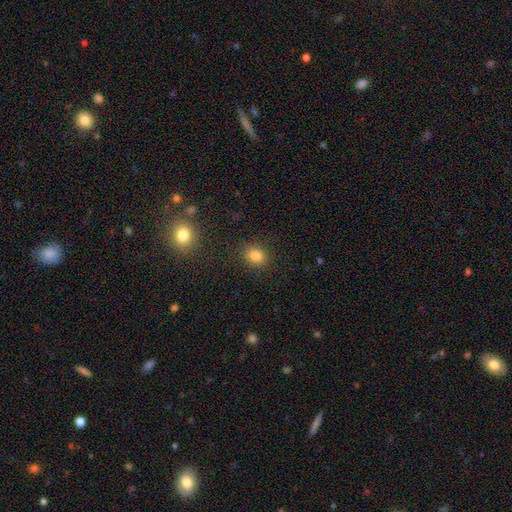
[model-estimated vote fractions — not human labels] The model was most divided on "how rounded": round: 71%, in between: 28%, cigar-shaped: 1%. More confident: merging — none (87%); smooth or featured — smooth (82%).